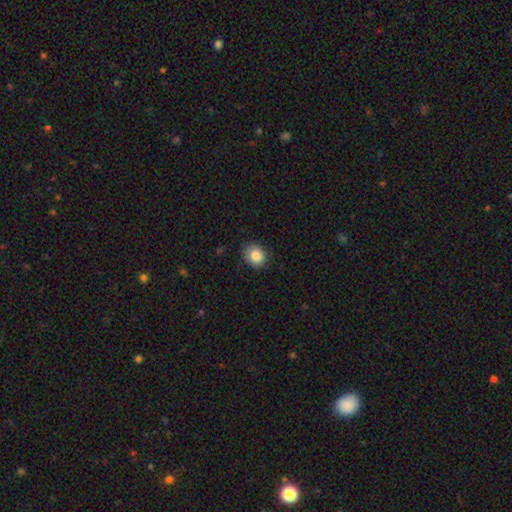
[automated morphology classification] Smooth or featured? Predicted: smooth (p=0.85). How rounded? Predicted: round (p=0.66). Merging? Predicted: none (p=0.85).